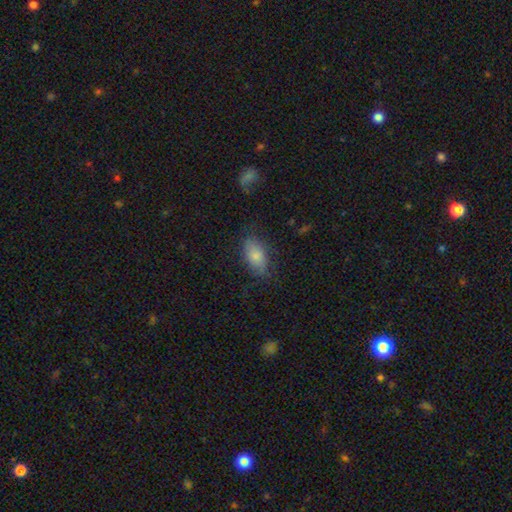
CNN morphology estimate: This is likely a smooth galaxy (78%). How rounded: clearly in between (91%). Merging: likely none (71%).